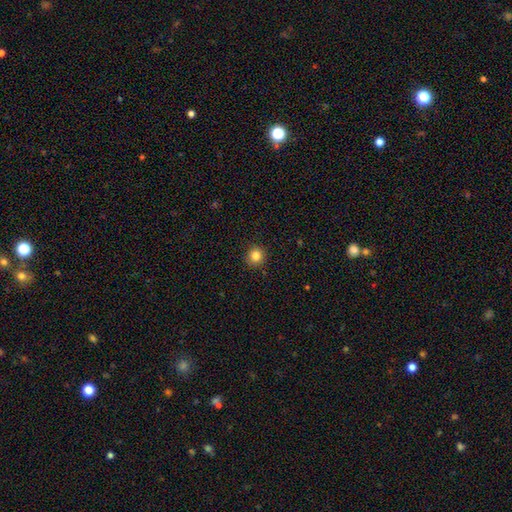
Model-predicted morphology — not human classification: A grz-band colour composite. It shows a smooth galaxy with no disk features (83%) that is round (94%). Merging: none (92%).